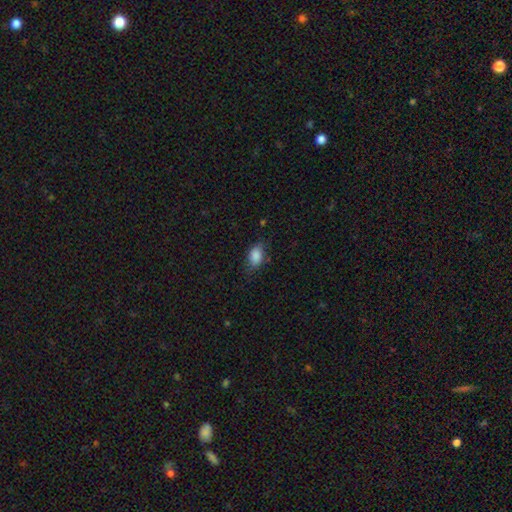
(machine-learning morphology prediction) Smooth or featured? Predicted: smooth (p=0.87). How rounded? Predicted: in between (p=0.88). Merging? Predicted: none (p=0.70).